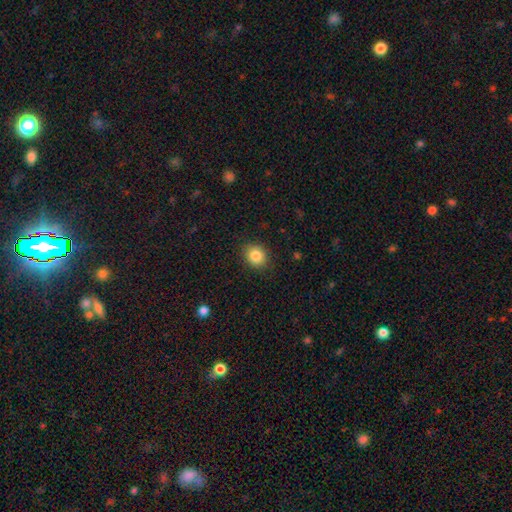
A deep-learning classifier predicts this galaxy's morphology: Smooth or featured? smooth (84%)
How rounded? round (74%)
Merging? none (88%)